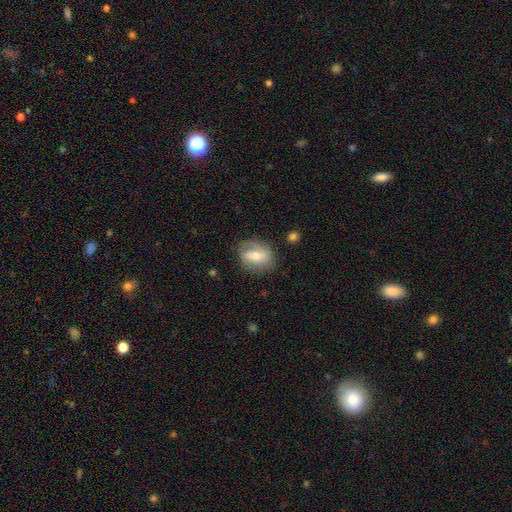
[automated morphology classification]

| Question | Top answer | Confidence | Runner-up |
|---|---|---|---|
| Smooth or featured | smooth | 47% | featured or disk (46%) |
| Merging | none | 72% | minor disturbance (19%) |